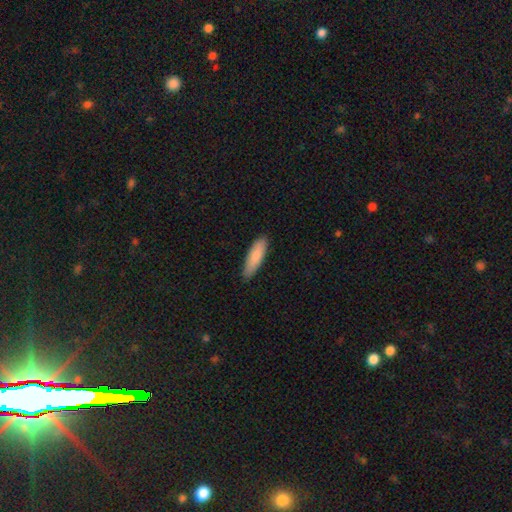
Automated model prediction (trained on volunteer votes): Overall: smooth (85%). How rounded: cigar-shaped (59%; in between 39%). Merging: none (87%).